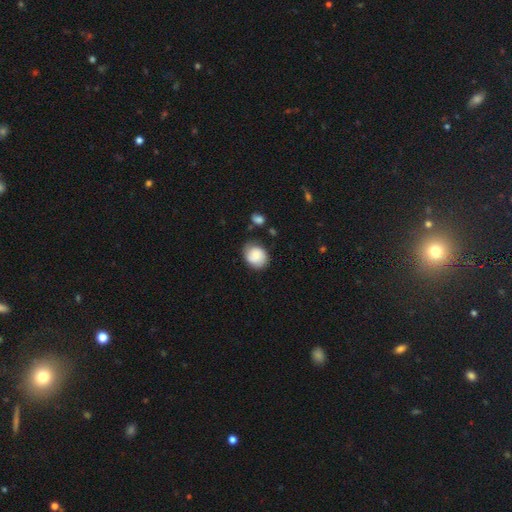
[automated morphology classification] The model was most divided on "how rounded": round: 57%, in between: 42%, cigar-shaped: 1%. More confident: smooth or featured — smooth (68%); merging — none (68%).